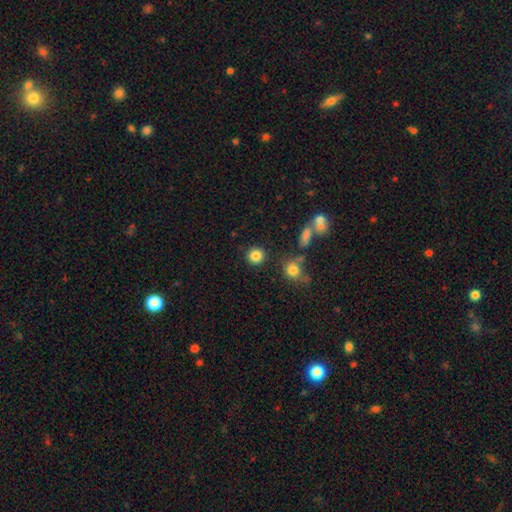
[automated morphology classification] smooth 84%, star or artifact 11%, featured or disk 5%. Down the decision tree: how rounded — round (92%); merging — none (86%).